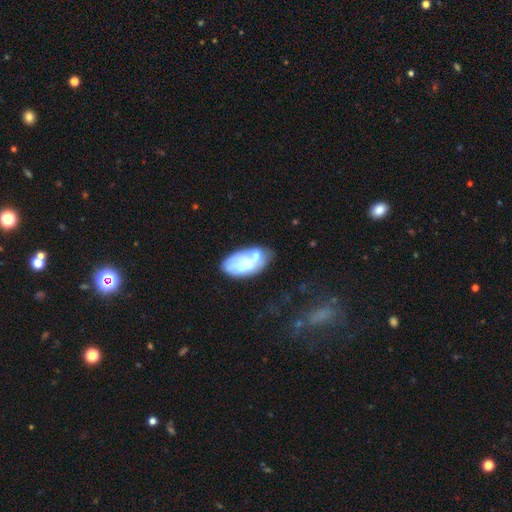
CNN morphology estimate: smooth-or-featured: featured or disk: 50% | smooth: 42% | star or artifact: 8%
  merging: none: 38% | merger: 27% | minor disturbance: 22% | major disturbance: 13%